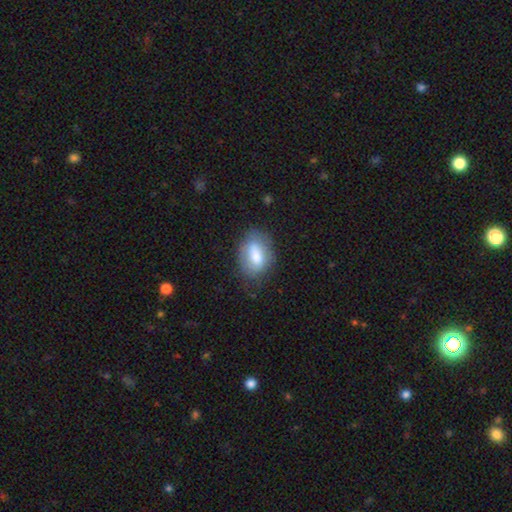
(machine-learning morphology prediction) Smooth or featured?
  - smooth: 72% *
  - featured or disk: 20%
  - star or artifact: 7%
How rounded?
  - in between: 85% *
  - round: 13%
  - cigar-shaped: 2%
Merging?
  - none: 69% *
  - minor disturbance: 22%
  - major disturbance: 7%
  - merger: 2%